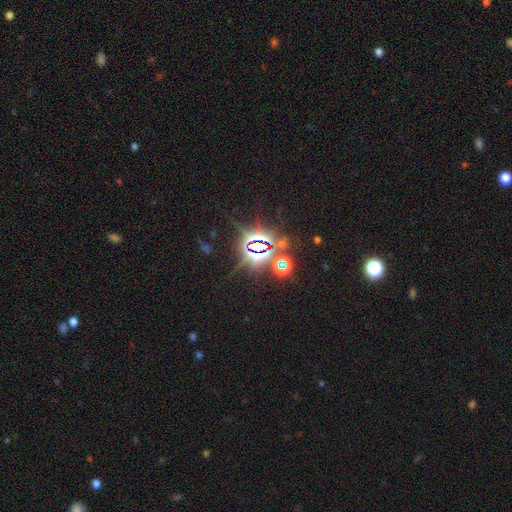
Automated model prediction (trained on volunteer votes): Smooth or featured?
  - star or artifact: 82% *
  - smooth: 10%
  - featured or disk: 8%